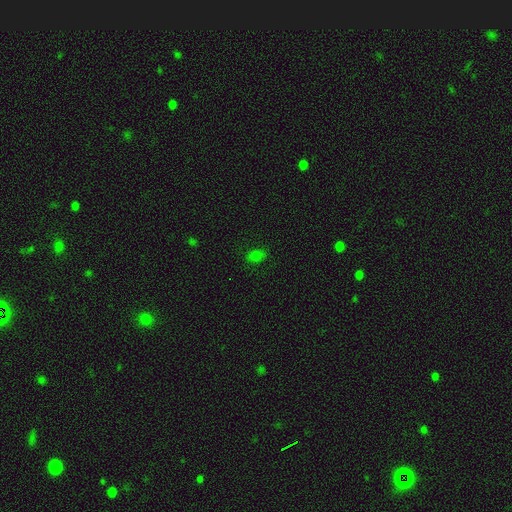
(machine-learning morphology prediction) Smooth or featured? smooth (74%)
How rounded? in between (56%)
Merging? none (83%)